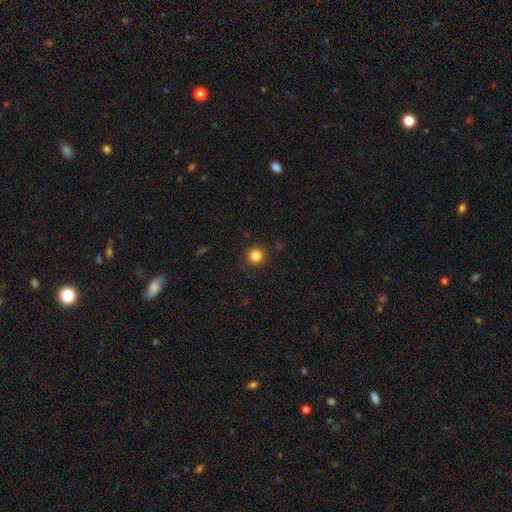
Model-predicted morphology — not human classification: Smooth or featured: smooth — 84% (star or artifact — 12%)
How rounded: round — 95% (in between — 4%)
Merging: none — 90% (minor disturbance — 6%)